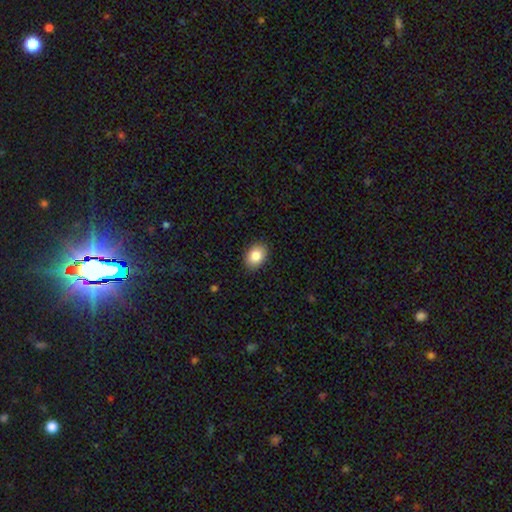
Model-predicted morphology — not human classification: type=smooth (84%); roundness=in between (72%); merging=none (89%).